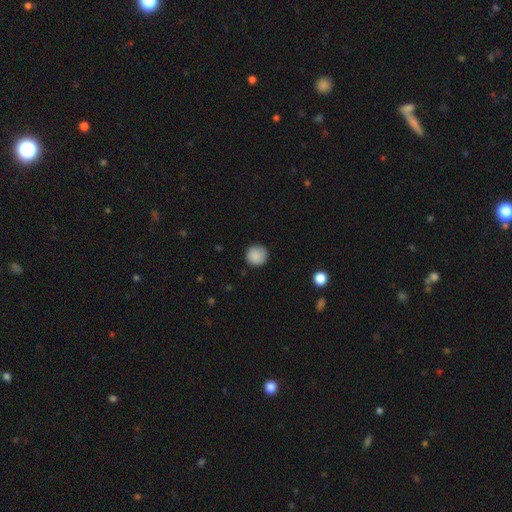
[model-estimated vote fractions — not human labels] This appears to be a smooth galaxy with no disk features (88%) that is round (94%). Merging: none (87%).